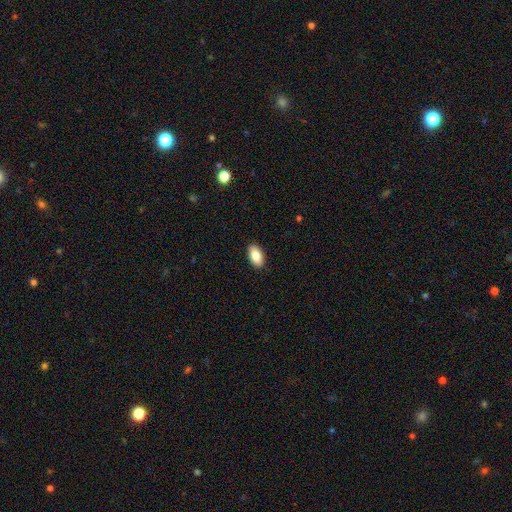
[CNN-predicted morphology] smooth-or-featured: smooth: 85% | featured or disk: 9% | star or artifact: 7%
  how-rounded: in between: 93% | round: 3% | cigar-shaped: 3%
  merging: none: 90% | minor disturbance: 8% | major disturbance: 2% | merger: 1%